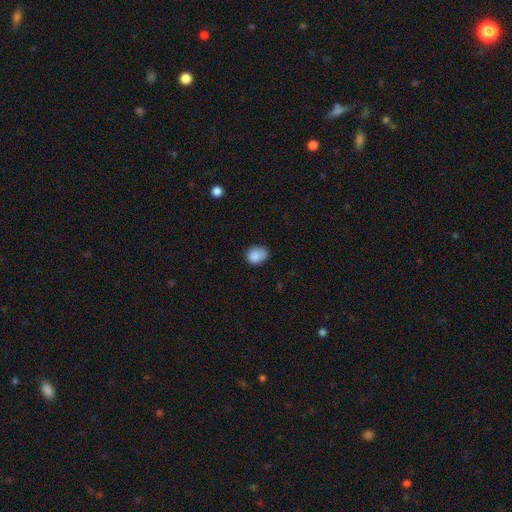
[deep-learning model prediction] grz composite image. It shows a smooth galaxy with no disk features (86%) that is in between round and cigar-shaped (54%). Merging: none (64%).